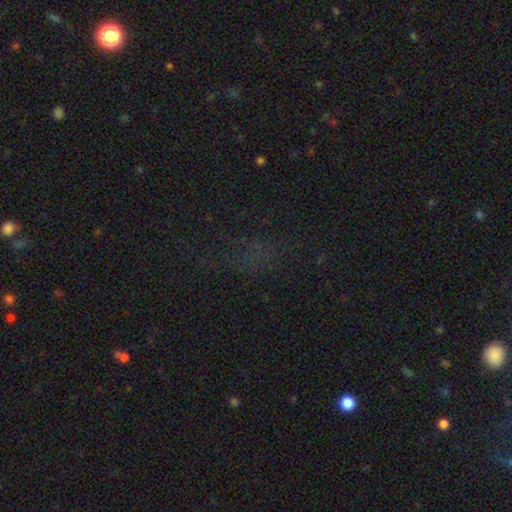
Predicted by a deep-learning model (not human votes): This appears to be a star or artifact, not a galaxy (56%).